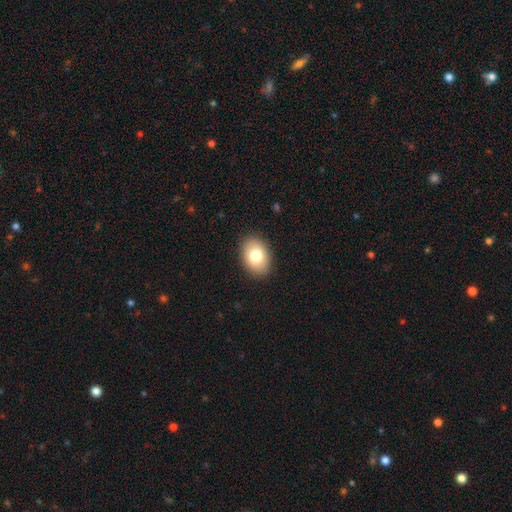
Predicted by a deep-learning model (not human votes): Smooth or featured: smooth — 80% (featured or disk — 12%)
How rounded: in between — 79% (round — 20%)
Merging: none — 88% (minor disturbance — 8%)